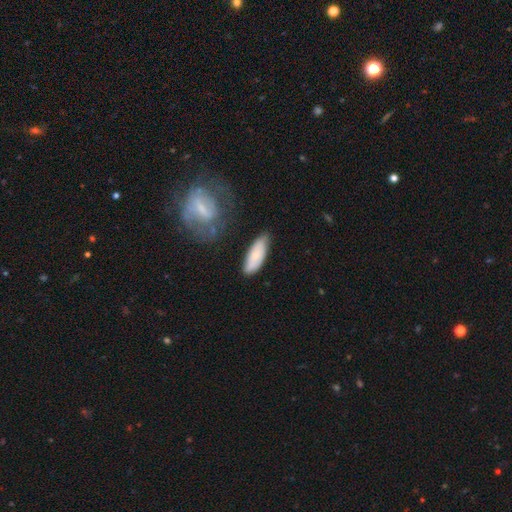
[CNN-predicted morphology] smooth-or-featured: smooth: 72% | featured or disk: 22% | star or artifact: 6%
  how-rounded: in between: 67% | cigar-shaped: 31% | round: 2%
  merging: none: 71% | minor disturbance: 21% | merger: 4% | major disturbance: 4%